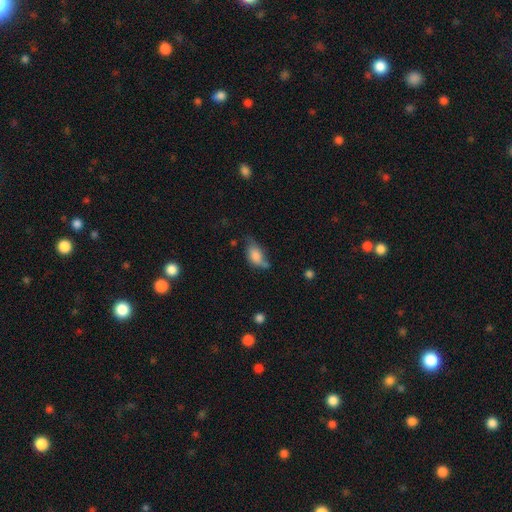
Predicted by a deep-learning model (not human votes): smooth_or_featured: smooth (p=0.74) [alt: featured or disk p=0.17]
how_rounded: in between (p=0.88) [alt: round p=0.07]
merging: none (p=0.37) [alt: minor disturbance p=0.36]